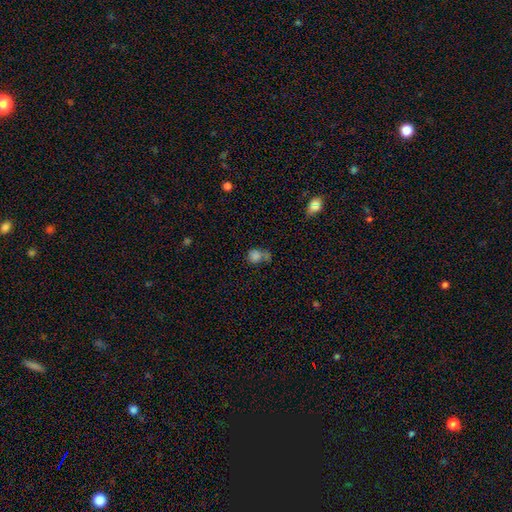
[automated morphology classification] This appears to be a smooth galaxy with no disk features (76%) that is round (70%). Merging: none (39%).